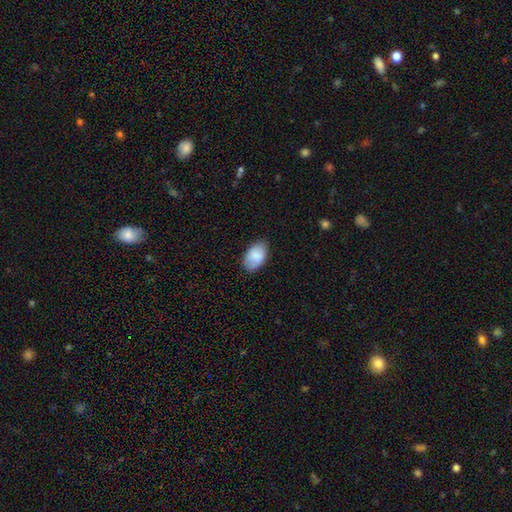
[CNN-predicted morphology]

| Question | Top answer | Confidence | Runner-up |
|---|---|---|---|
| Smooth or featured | smooth | 87% | featured or disk (7%) |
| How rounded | in between | 92% | round (6%) |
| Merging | none | 82% | minor disturbance (14%) |